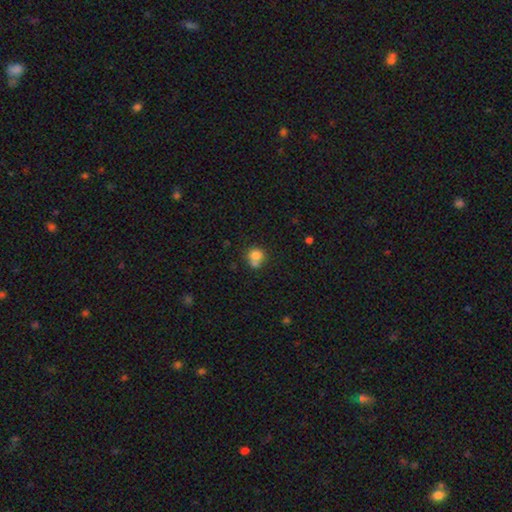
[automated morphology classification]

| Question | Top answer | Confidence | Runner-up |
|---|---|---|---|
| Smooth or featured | smooth | 77% | featured or disk (12%) |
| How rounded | round | 79% | in between (21%) |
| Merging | none | 44% | merger (41%) |